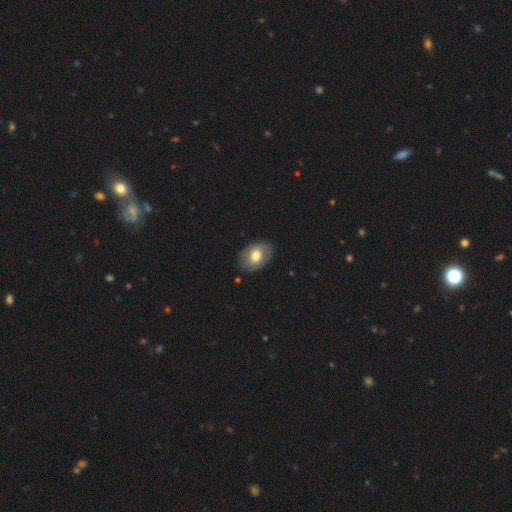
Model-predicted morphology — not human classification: A smooth galaxy with no disk features (63%) that is in between round and cigar-shaped (80%).

Vote fractions:
- Smooth or featured? smooth: 63% / featured or disk: 31% / star or artifact: 7%
- How rounded? in between: 80% / round: 19% / cigar-shaped: 1%
- Merging? none: 82% / minor disturbance: 13% / major disturbance: 3% / merger: 1%